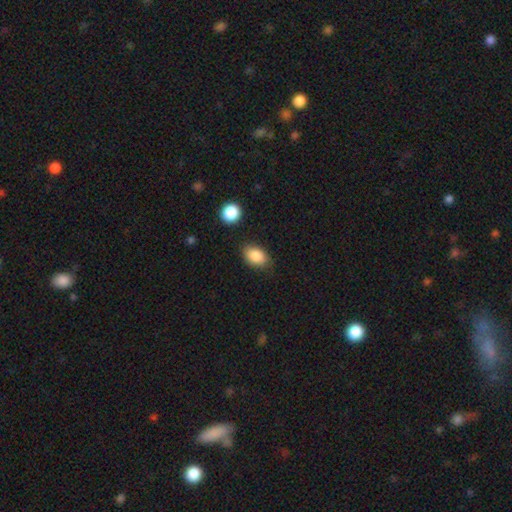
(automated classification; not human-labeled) Smooth or featured: smooth — 86% (star or artifact — 8%)
How rounded: in between — 84% (round — 15%)
Merging: none — 78% (minor disturbance — 15%)